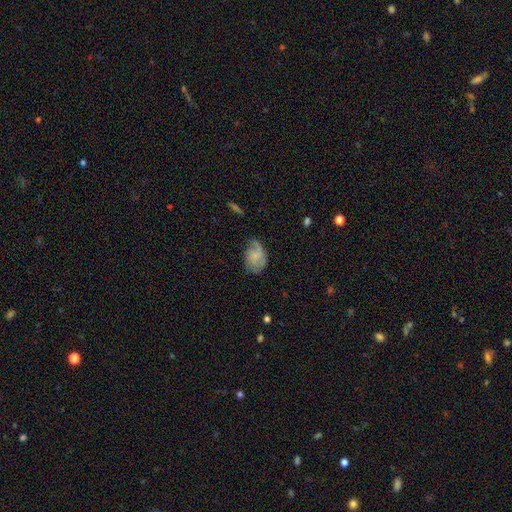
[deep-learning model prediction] A smooth galaxy with no disk features (51%) that is in between round and cigar-shaped (80%). Merging: none (49%).